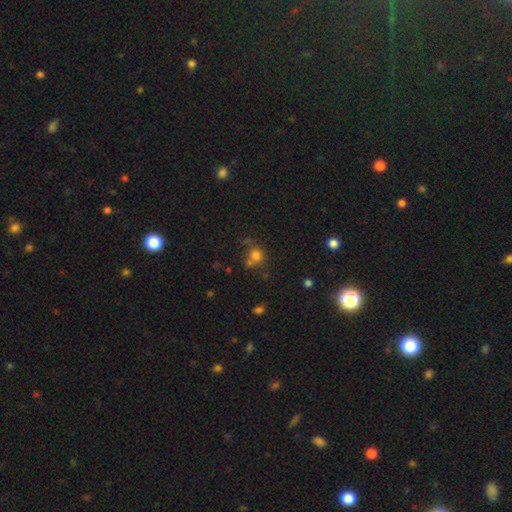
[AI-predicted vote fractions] Smooth or featured? Predicted: smooth (p=0.74). How rounded? Predicted: round (p=0.83). Merging? Predicted: none (p=0.54).